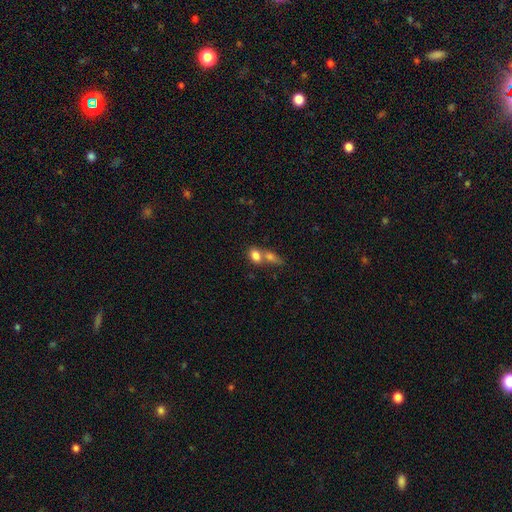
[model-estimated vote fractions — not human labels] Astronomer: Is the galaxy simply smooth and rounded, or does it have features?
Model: smooth — 80%.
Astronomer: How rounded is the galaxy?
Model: in between — 74%.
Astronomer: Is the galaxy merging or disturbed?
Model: merger — 59%.